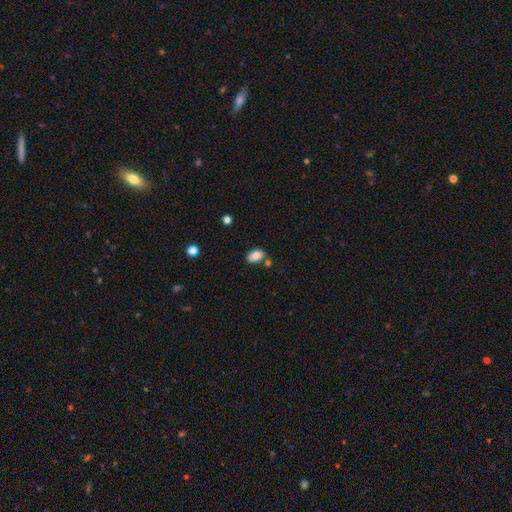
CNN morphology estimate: smooth-or-featured: smooth: 86% | star or artifact: 8% | featured or disk: 5%
  how-rounded: in between: 89% | round: 9% | cigar-shaped: 1%
  merging: none: 72% | minor disturbance: 15% | merger: 10% | major disturbance: 3%